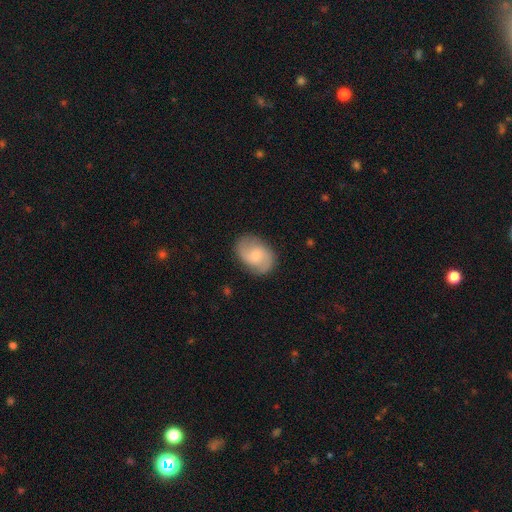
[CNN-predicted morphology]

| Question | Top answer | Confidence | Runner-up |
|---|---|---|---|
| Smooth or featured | featured or disk | 60% | smooth (33%) |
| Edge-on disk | no | 97% | yes (3%) |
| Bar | no | 47% | weak (45%) |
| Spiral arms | yes | 91% | no (9%) |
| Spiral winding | medium | 46% | loose (36%) |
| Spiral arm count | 2 | 87% | can't tell (6%) |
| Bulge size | small | 51% | moderate (40%) |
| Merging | none | 80% | minor disturbance (14%) |